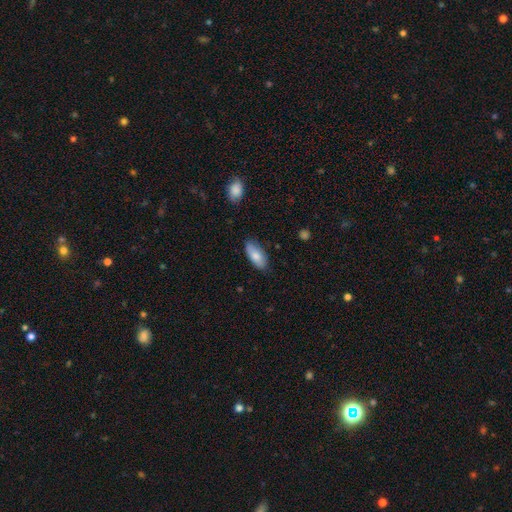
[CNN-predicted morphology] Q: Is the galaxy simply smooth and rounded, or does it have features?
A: smooth — 82%.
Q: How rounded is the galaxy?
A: in between — 87%.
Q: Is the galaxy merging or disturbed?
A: none — 80%.